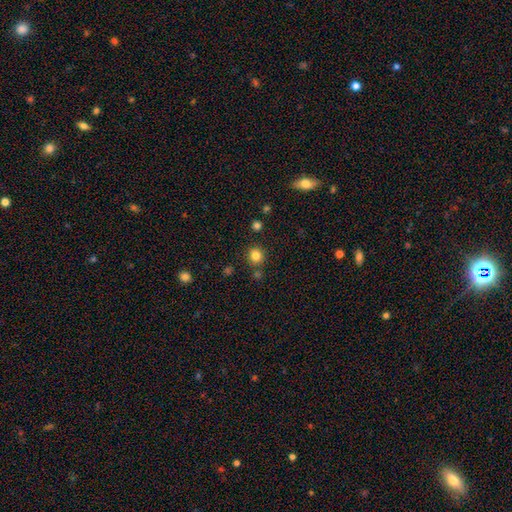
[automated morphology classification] Smooth or featured?
  - smooth: 82% *
  - star or artifact: 13%
  - featured or disk: 5%
How rounded?
  - round: 90% *
  - in between: 9%
  - cigar-shaped: 1%
Merging?
  - none: 84% *
  - minor disturbance: 8%
  - merger: 6%
  - major disturbance: 2%